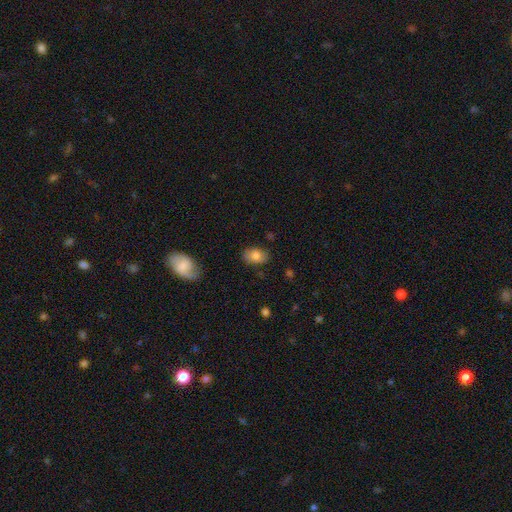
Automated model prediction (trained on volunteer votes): Q: Smooth or featured?
A: smooth (79%); runner-up: featured or disk (13%)
Q: How rounded?
A: in between (85%); runner-up: round (14%)
Q: Merging?
A: none (82%); runner-up: minor disturbance (14%)